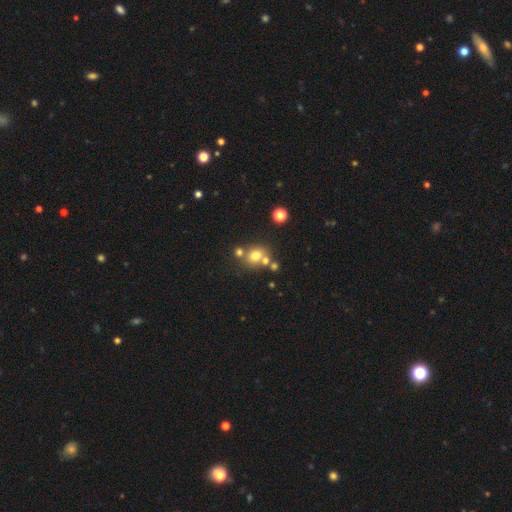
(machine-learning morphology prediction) Q: Smooth or featured?
A: smooth (71%); runner-up: star or artifact (15%)
Q: How rounded?
A: round (69%); runner-up: in between (30%)
Q: Merging?
A: none (57%); runner-up: merger (28%)